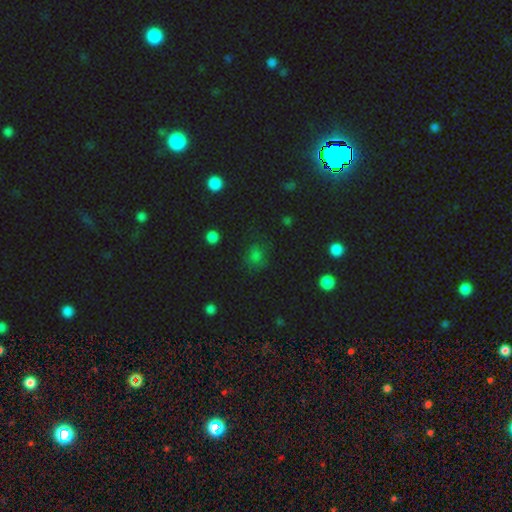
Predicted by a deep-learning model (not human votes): smooth-or-featured: smooth: 67% | star or artifact: 26% | featured or disk: 7%
  how-rounded: round: 74% | in between: 25% | cigar-shaped: 1%
  merging: none: 75% | minor disturbance: 16% | major disturbance: 7% | merger: 3%